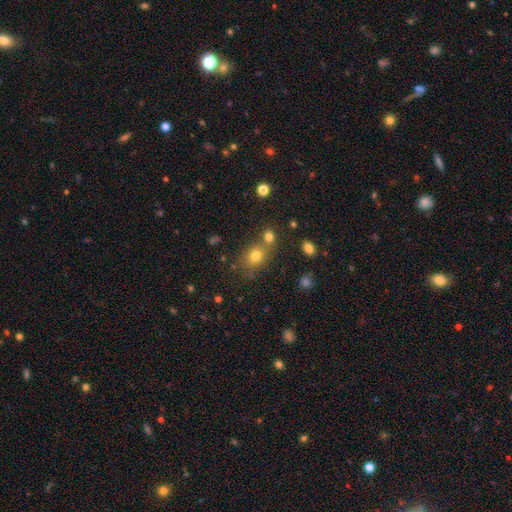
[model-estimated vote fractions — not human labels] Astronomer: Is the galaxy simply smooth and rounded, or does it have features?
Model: smooth — 74%.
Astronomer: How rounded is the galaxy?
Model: round — 54% (runner-up: in between, 45%).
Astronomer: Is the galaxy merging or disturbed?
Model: none — 56%.